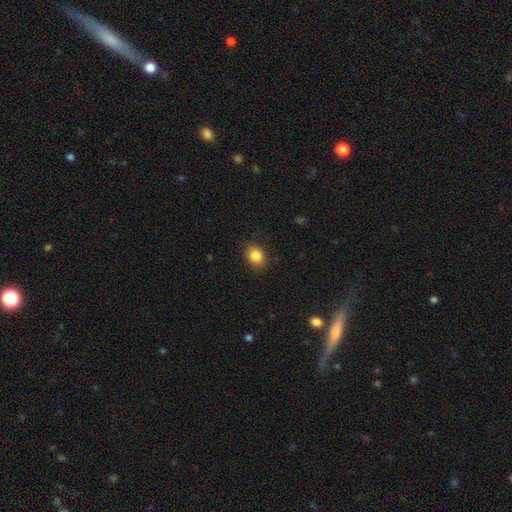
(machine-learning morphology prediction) Smooth or featured? Predicted: smooth (p=0.85). How rounded? Predicted: in between (p=0.55). Merging? Predicted: none (p=0.88).